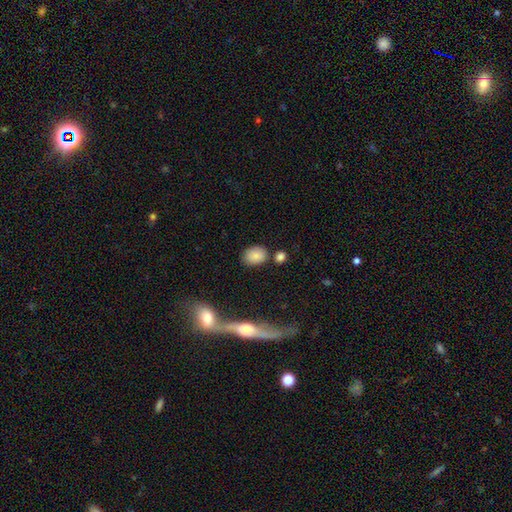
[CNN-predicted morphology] A smooth galaxy with no disk features (83%) that is in between round and cigar-shaped (69%).

Vote fractions:
- Smooth or featured? smooth: 83% / star or artifact: 9% / featured or disk: 7%
- How rounded? in between: 69% / round: 29% / cigar-shaped: 1%
- Merging? none: 75% / minor disturbance: 13% / merger: 8% / major disturbance: 4%